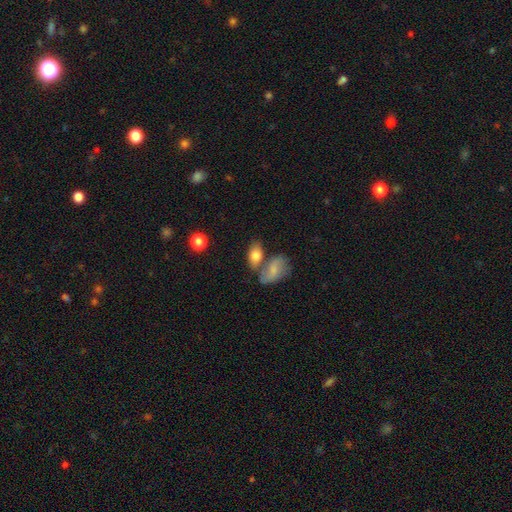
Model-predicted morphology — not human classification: smooth-or-featured: smooth: 78% | featured or disk: 14% | star or artifact: 8%
  how-rounded: in between: 88% | round: 9% | cigar-shaped: 3%
  merging: none: 43% | merger: 37% | minor disturbance: 14% | major disturbance: 6%